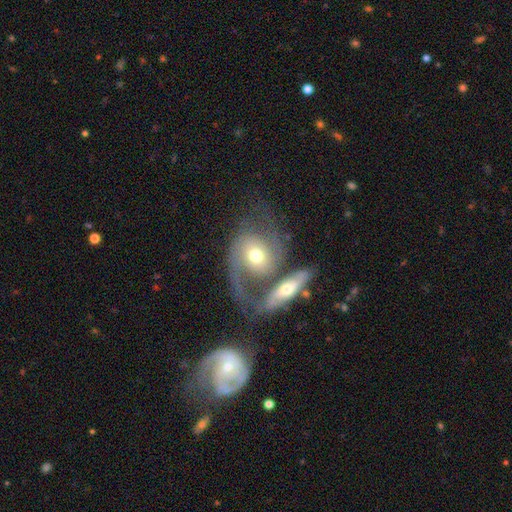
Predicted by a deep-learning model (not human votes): smooth-or-featured: featured or disk: 68% | smooth: 26% | star or artifact: 6%
  disk-edge-on: no: 92% | yes: 8%
    bar: no: 68% | weak: 24% | strong: 7%
    has-spiral-arms: yes: 84% | no: 16%
      spiral-winding: loose: 45% | medium: 36% | tight: 19%
      spiral-arm-count: 2: 68% | 1: 17% | can't tell: 11% | 3: 2% | 4: 1% | more than 4: 1%
    bulge-size: moderate: 64% | small: 25% | large: 9% | dominant: 2% | none: 1%
  merging: merger: 51% | none: 24% | major disturbance: 16% | minor disturbance: 10%